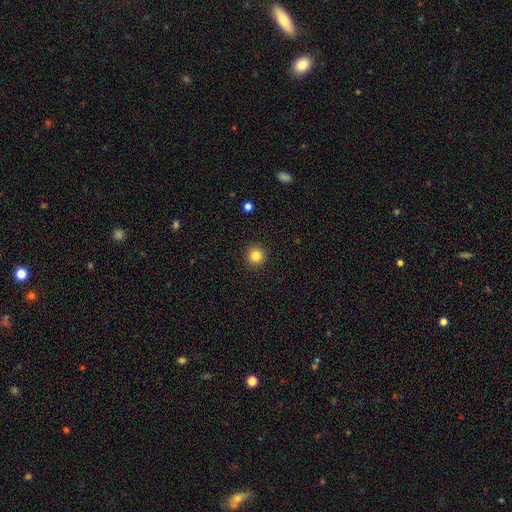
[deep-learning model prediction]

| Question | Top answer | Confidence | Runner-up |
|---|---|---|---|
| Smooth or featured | smooth | 84% | star or artifact (11%) |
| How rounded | round | 95% | in between (4%) |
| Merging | none | 93% | minor disturbance (5%) |